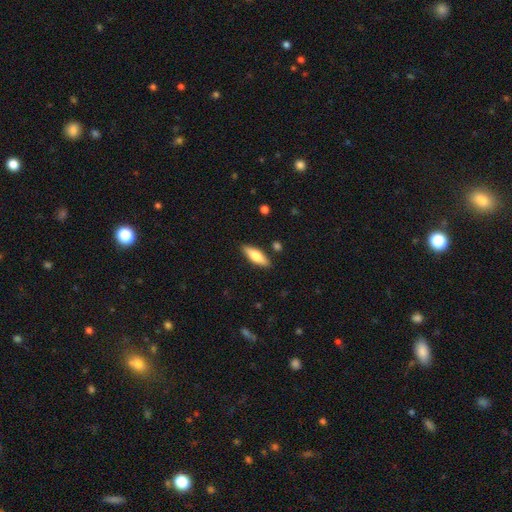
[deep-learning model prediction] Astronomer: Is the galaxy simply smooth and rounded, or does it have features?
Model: smooth — 63%.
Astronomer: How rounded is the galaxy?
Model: in between — 56% (runner-up: cigar-shaped, 42%).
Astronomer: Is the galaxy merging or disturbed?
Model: none — 87%.